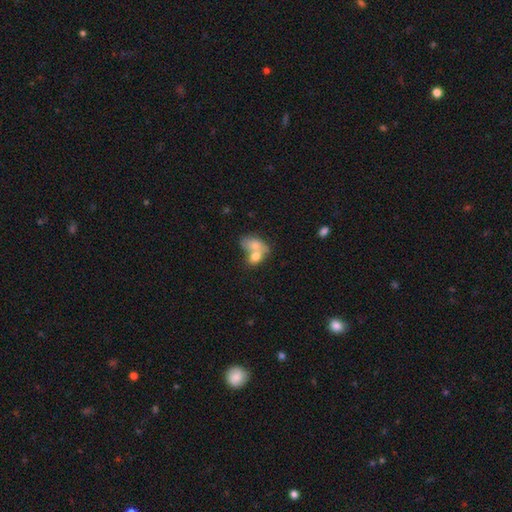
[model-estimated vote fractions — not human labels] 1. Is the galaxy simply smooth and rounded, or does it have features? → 72% smooth, 21% featured or disk, 8% star or artifact.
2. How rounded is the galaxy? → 73% in between, 25% round, 2% cigar-shaped.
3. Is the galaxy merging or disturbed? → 68% merger, 19% none, 8% minor disturbance, 5% major disturbance.